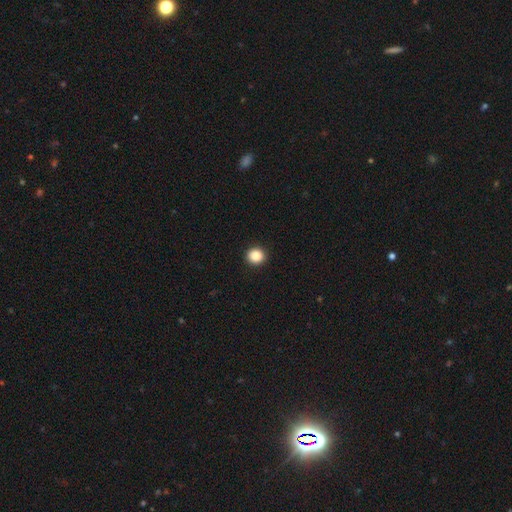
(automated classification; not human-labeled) A smooth galaxy with no disk features (87%) that is round (88%). Merging: none (93%).